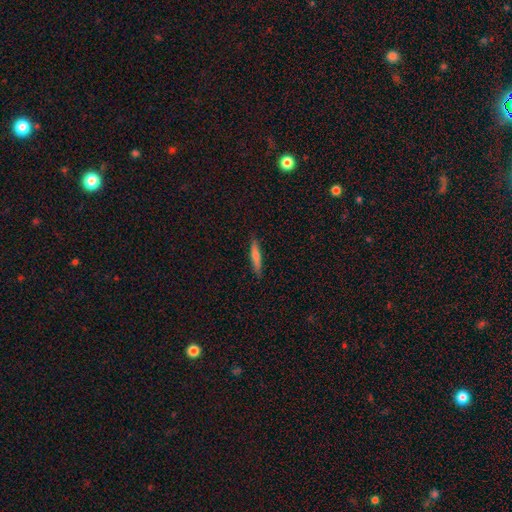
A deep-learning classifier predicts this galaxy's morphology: Smooth or featured: smooth — 57% (featured or disk — 36%)
How rounded: cigar-shaped — 91% (in between — 7%)
Merging: none — 89% (minor disturbance — 9%)